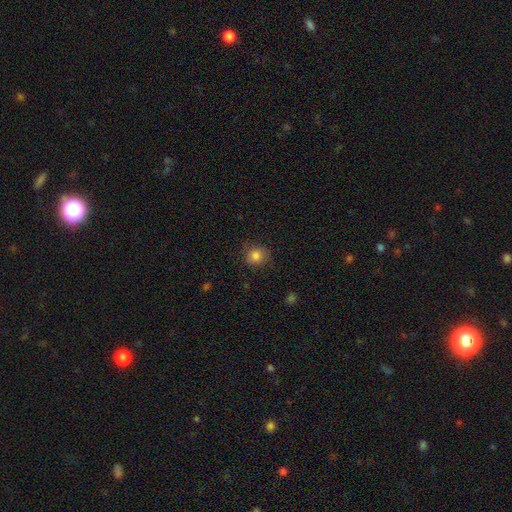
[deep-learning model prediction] A smooth galaxy with no disk features (83%) that is round (85%). Merging: none (80%).